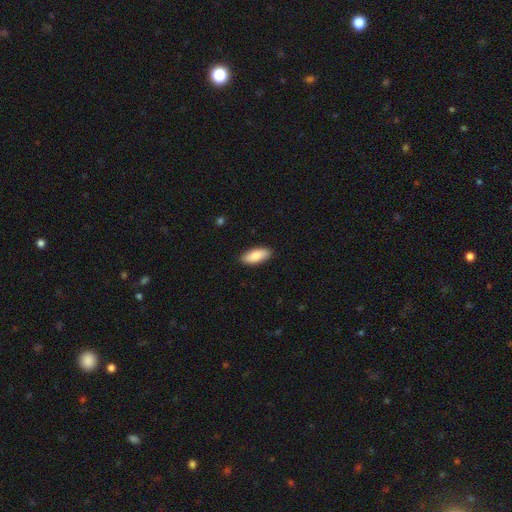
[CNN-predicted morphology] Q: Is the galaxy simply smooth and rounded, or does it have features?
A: smooth — 87%.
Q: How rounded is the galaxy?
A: in between — 83%.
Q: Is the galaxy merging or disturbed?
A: none — 90%.